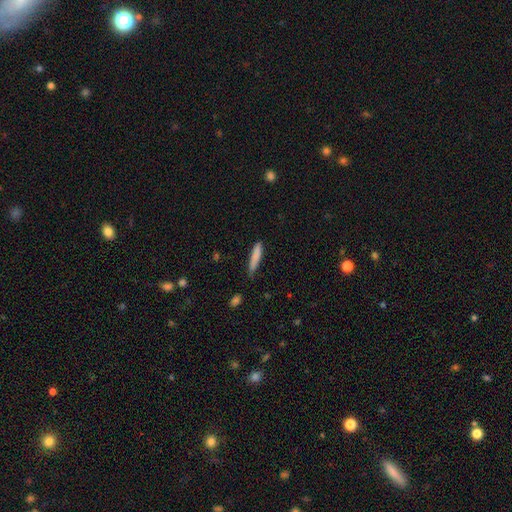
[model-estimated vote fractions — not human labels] This is clearly a smooth galaxy (82%). How rounded: clearly cigar-shaped (88%). Merging: likely none (69%).